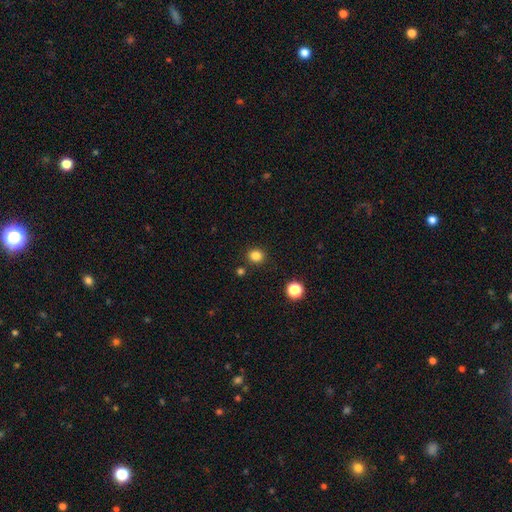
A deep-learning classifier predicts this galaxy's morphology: A smooth galaxy with no disk features (82%) that is round (86%).

Vote fractions:
- Smooth or featured? smooth: 82% / star or artifact: 14% / featured or disk: 4%
- How rounded? round: 86% / in between: 14% / cigar-shaped: 1%
- Merging? none: 87% / minor disturbance: 7% / merger: 4% / major disturbance: 2%